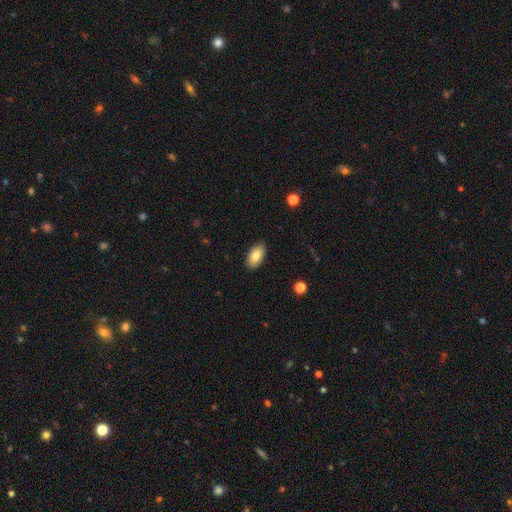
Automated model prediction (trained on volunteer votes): Smooth or featured? Predicted: smooth (p=0.80). How rounded? Predicted: in between (p=0.94). Merging? Predicted: none (p=0.89).